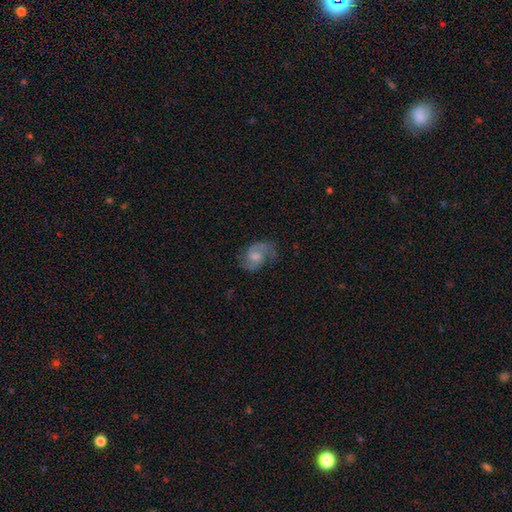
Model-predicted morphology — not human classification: The model was most divided on "bar": no: 48%, weak: 46%, strong: 6%. Remaining: edge-on disk — no (97%); spiral arms — yes (95%); spiral arm count — 2 (88%); smooth or featured — featured or disk (78%); merging — none (71%); spiral winding — medium (54%); bulge size — moderate (47%).